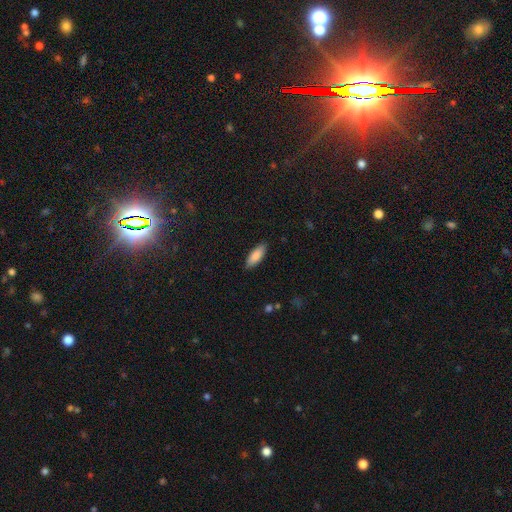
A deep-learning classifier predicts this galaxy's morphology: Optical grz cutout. It shows a smooth galaxy with no disk features (87%) that is in between round and cigar-shaped (70%). Merging: none (88%).